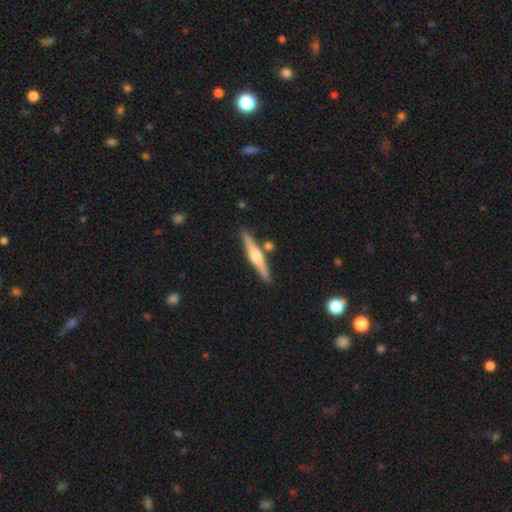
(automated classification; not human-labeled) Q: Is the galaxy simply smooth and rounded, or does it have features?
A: featured or disk — 66%.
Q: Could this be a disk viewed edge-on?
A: yes — 97%.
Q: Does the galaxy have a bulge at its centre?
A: rounded — 89%.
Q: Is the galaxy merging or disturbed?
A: none — 84%.